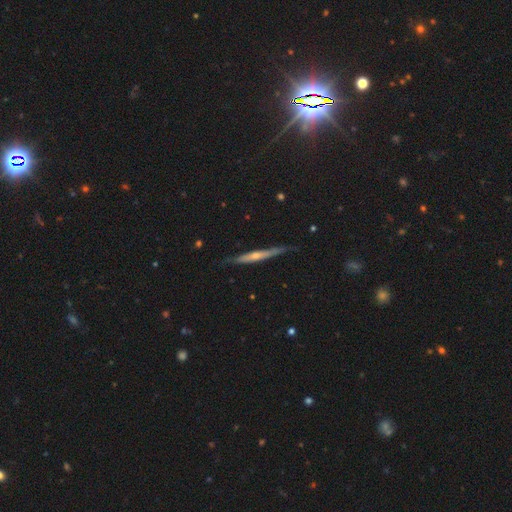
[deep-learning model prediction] This is likely a featured or disk galaxy (64%). It is clearly viewed edge-on (94%). Edge-on bulge: possibly rounded (60%). Merging: likely none (77%).